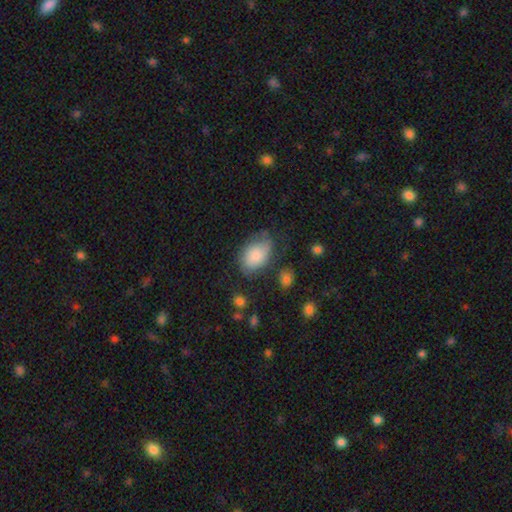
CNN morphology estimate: A smooth galaxy with no disk features (76%) that is in between round and cigar-shaped (87%).

Vote fractions:
- Smooth or featured? smooth: 76% / featured or disk: 17% / star or artifact: 8%
- How rounded? in between: 87% / round: 12% / cigar-shaped: 1%
- Merging? none: 53% / minor disturbance: 29% / major disturbance: 13% / merger: 4%